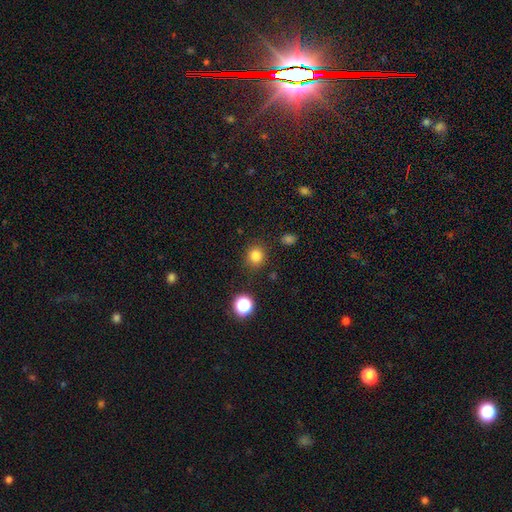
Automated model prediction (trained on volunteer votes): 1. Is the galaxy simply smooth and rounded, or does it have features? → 80% smooth, 14% star or artifact, 5% featured or disk.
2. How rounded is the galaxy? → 86% round, 13% in between, 1% cigar-shaped.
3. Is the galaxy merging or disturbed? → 88% none, 8% minor disturbance, 3% major disturbance, 2% merger.